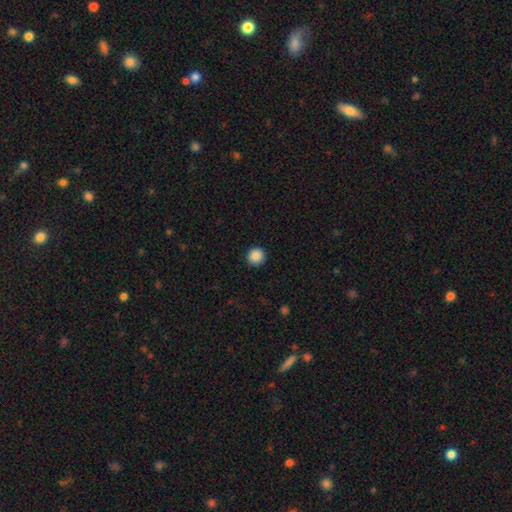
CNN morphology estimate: smooth-or-featured: smooth: 88% | star or artifact: 9% | featured or disk: 3%
  how-rounded: round: 94% | in between: 5% | cigar-shaped: 1%
  merging: none: 92% | minor disturbance: 5% | major disturbance: 2% | merger: 1%